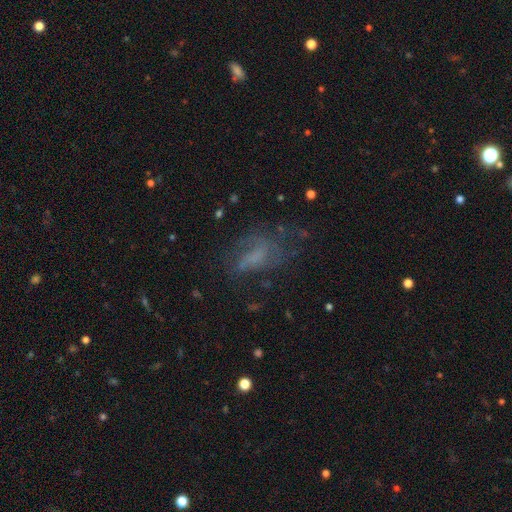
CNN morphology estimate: smooth_or_featured: featured or disk (p=0.46) [alt: smooth p=0.36]
merging: none (p=0.44) [alt: major disturbance p=0.30]